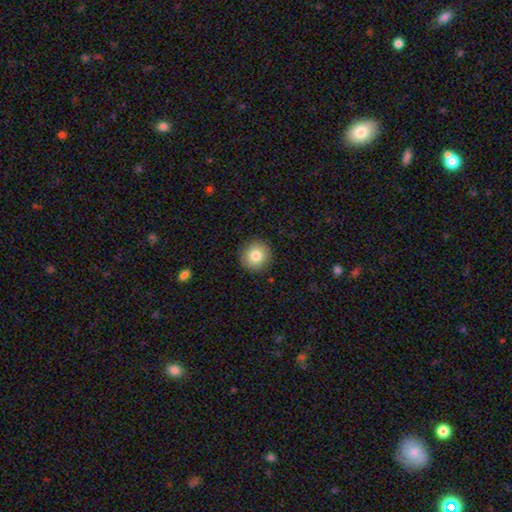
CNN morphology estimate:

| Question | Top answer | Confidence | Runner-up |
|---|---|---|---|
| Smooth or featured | smooth | 83% | star or artifact (9%) |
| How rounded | round | 92% | in between (8%) |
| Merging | none | 91% | minor disturbance (6%) |